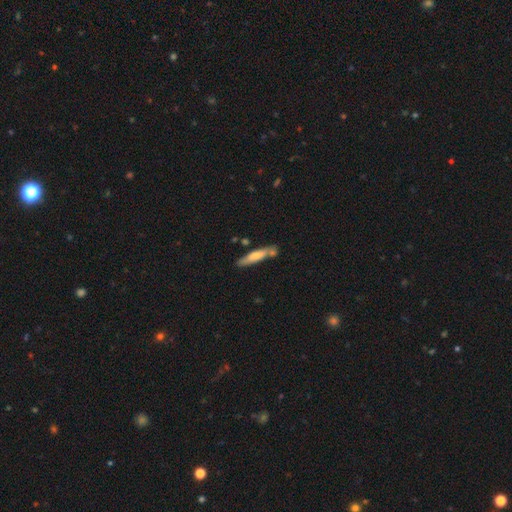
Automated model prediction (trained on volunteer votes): smooth-or-featured: smooth: 65% | featured or disk: 30% | star or artifact: 6%
  how-rounded: cigar-shaped: 87% | in between: 12% | round: 1%
  merging: none: 70% | minor disturbance: 15% | merger: 12% | major disturbance: 3%